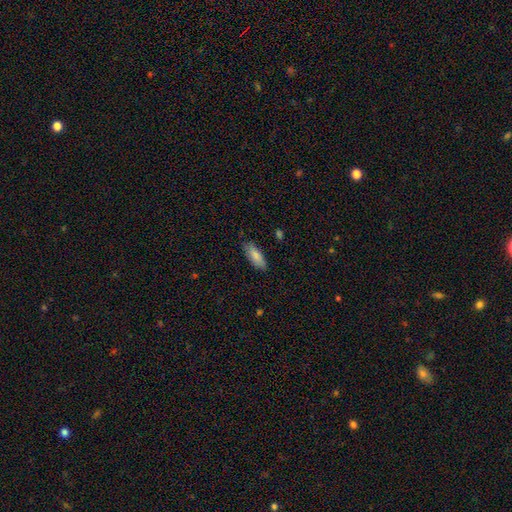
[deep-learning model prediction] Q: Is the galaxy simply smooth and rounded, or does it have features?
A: smooth — 83%.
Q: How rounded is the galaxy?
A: in between — 70%.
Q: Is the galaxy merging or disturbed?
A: none — 81%.